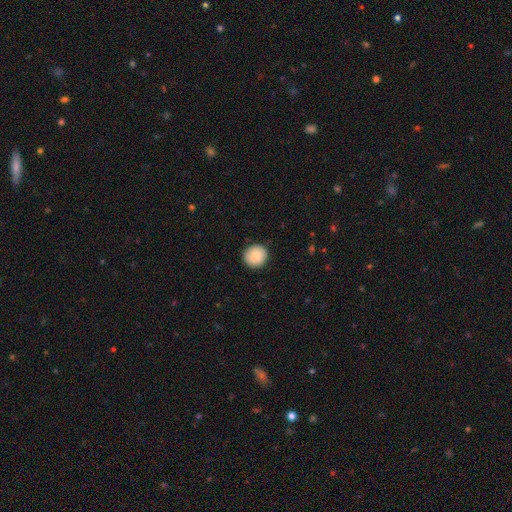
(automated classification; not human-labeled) A smooth galaxy with no disk features (88%) that is round (90%). Merging: none (90%).